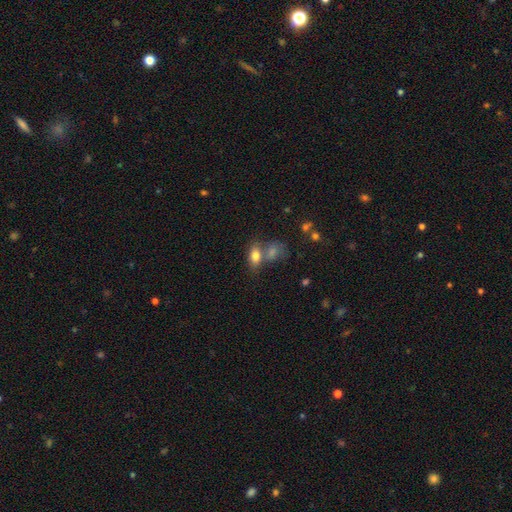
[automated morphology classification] smooth 78%, featured or disk 12%, star or artifact 9%. Down the decision tree: how rounded — in between (84%); merging — none (44%).